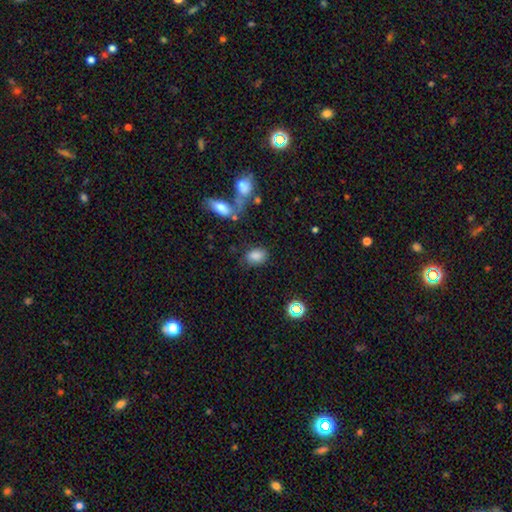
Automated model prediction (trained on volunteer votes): The model was most divided on "merging": none: 74%, minor disturbance: 15%, major disturbance: 6%, merger: 5%. More confident: smooth or featured — smooth (84%); how rounded — in between (84%).